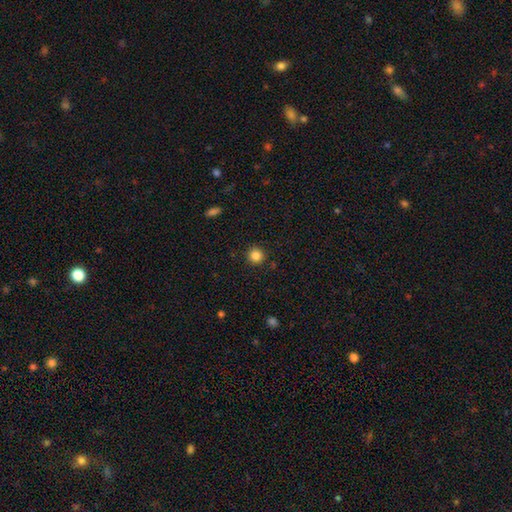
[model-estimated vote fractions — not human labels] Morphology: type=smooth (84%); roundness=round (95%); merging=none (91%).